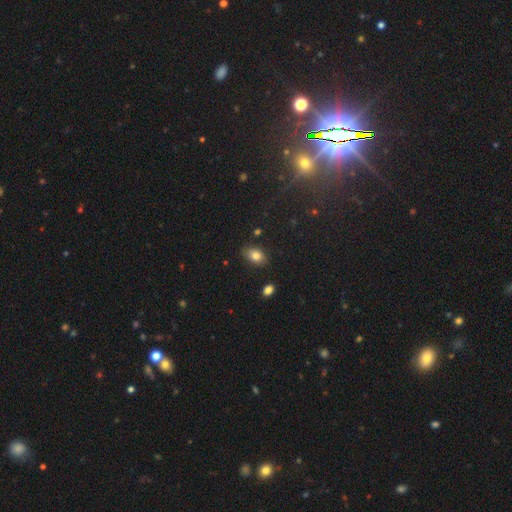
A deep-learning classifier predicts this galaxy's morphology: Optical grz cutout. It shows a smooth galaxy with no disk features (81%) that is in between round and cigar-shaped (86%). Merging: none (83%).